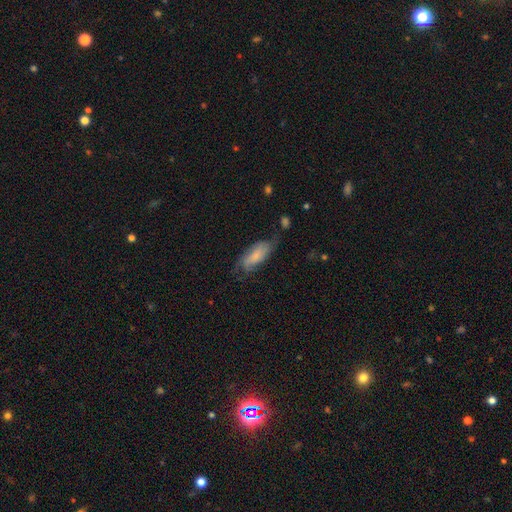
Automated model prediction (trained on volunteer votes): This appears to be a smooth galaxy with no disk features (58%) that is in between round and cigar-shaped (78%). Merging: none (50%).